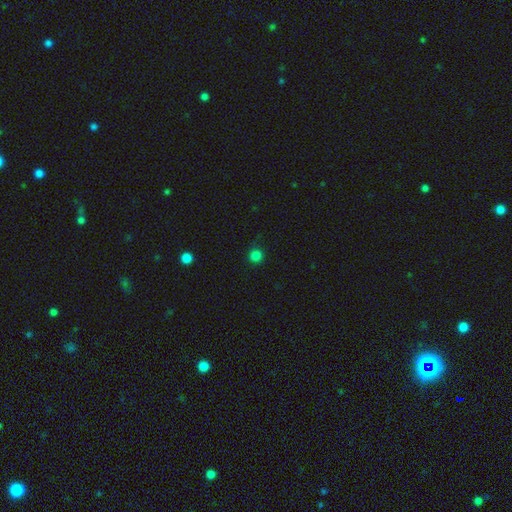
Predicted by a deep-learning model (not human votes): A smooth galaxy with no disk features (83%) that is round (95%).

Vote fractions:
- Smooth or featured? smooth: 83% / star or artifact: 14% / featured or disk: 3%
- How rounded? round: 95% / in between: 4% / cigar-shaped: 1%
- Merging? none: 89% / minor disturbance: 7% / major disturbance: 2% / merger: 1%